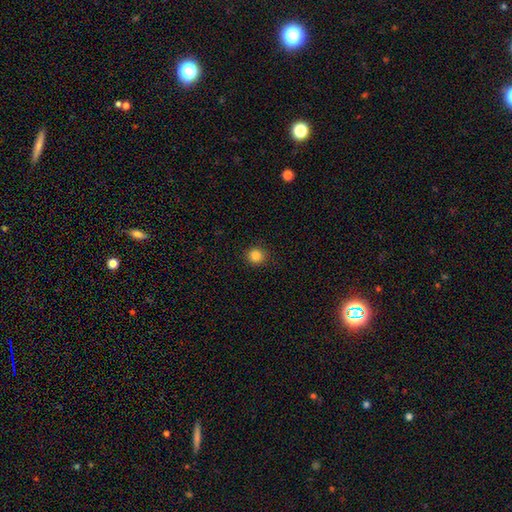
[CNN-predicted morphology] A smooth galaxy with no disk features (85%) that is round (92%). Merging: none (91%).